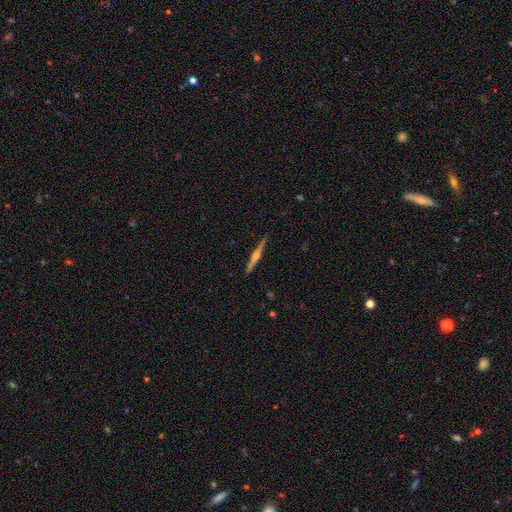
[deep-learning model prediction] Morphology: type=featured or disk (81%); edge-on=yes (99%); edge-on bulge=rounded (89%); merging=none (92%).